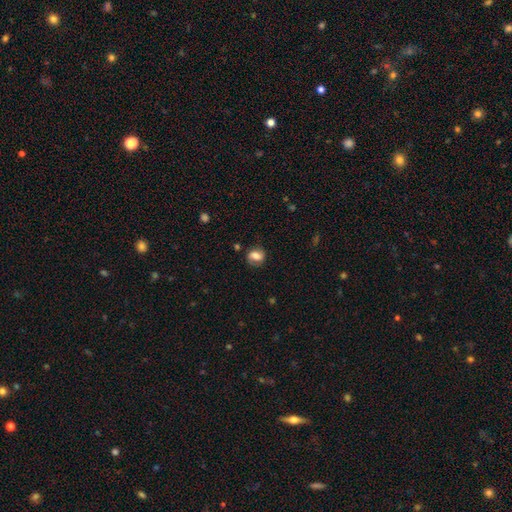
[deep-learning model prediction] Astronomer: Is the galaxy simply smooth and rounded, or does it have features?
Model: smooth — 63%.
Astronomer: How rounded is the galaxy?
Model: in between — 50% (runner-up: round, 48%).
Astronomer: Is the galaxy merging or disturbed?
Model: none — 73%.